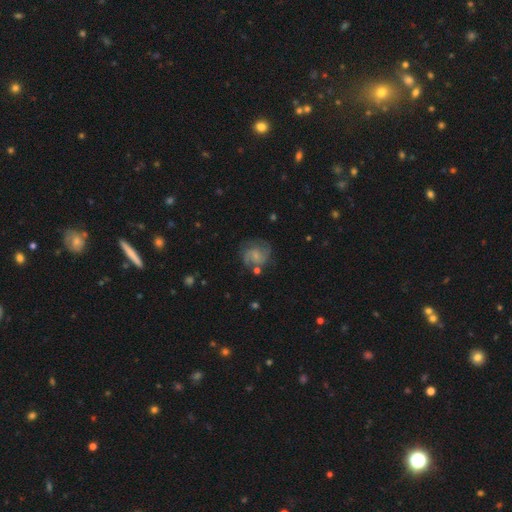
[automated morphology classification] Overall: featured or disk (70%). Edge-on disk: no (98%). Bar: no (49%; weak 44%). Spiral arms: yes (92%). Spiral arm count: 2 (72%). Spiral winding: medium (52%; tight 27%). Bulge size: small (46%; none 31%). Merging: none (66%).